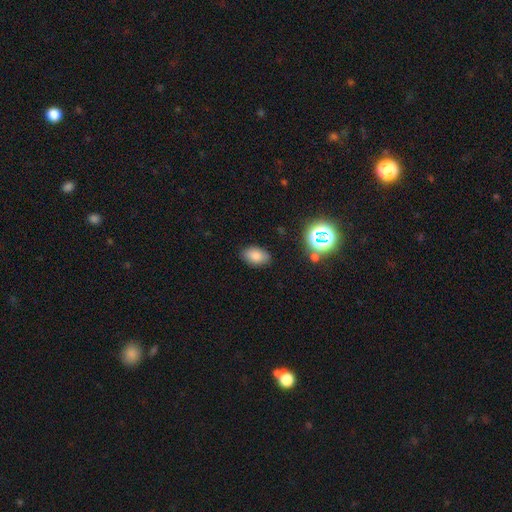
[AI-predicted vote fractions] Smooth or featured: smooth — 80% (star or artifact — 13%)
How rounded: in between — 89% (round — 10%)
Merging: none — 85% (minor disturbance — 11%)